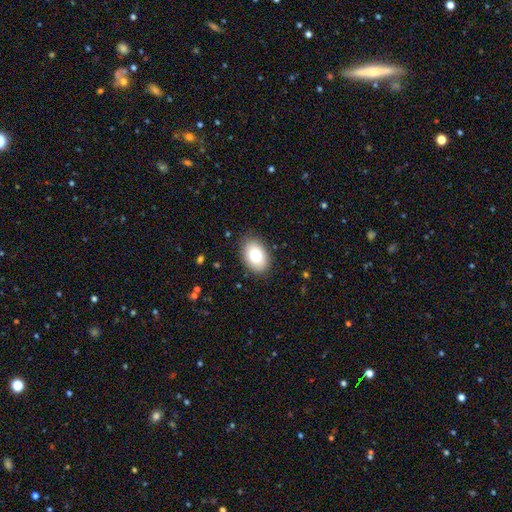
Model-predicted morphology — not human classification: Smooth or featured: smooth — 79% (featured or disk — 13%)
How rounded: in between — 83% (round — 16%)
Merging: none — 87% (minor disturbance — 10%)